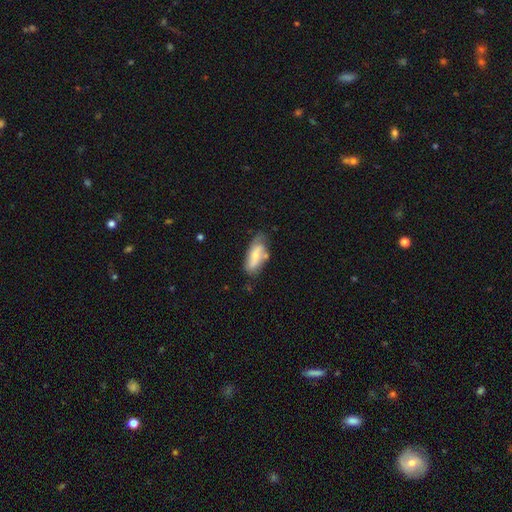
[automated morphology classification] smooth_or_featured: smooth (p=0.52) [alt: featured or disk p=0.42]
how_rounded: in between (p=0.81) [alt: cigar-shaped p=0.17]
merging: none (p=0.56) [alt: minor disturbance p=0.28]